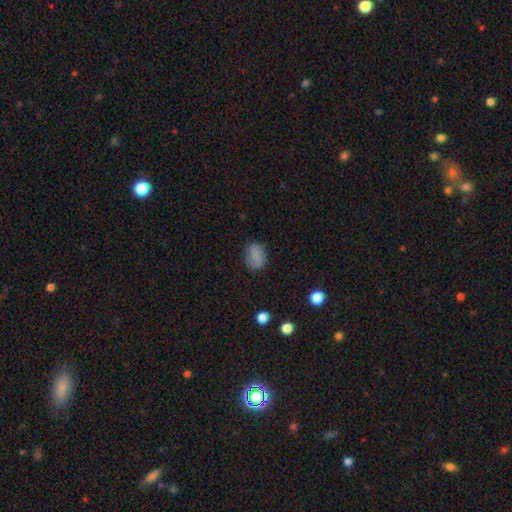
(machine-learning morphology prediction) This appears to be a smooth galaxy with no disk features (81%) that is in between round and cigar-shaped (70%). Merging: none (76%).